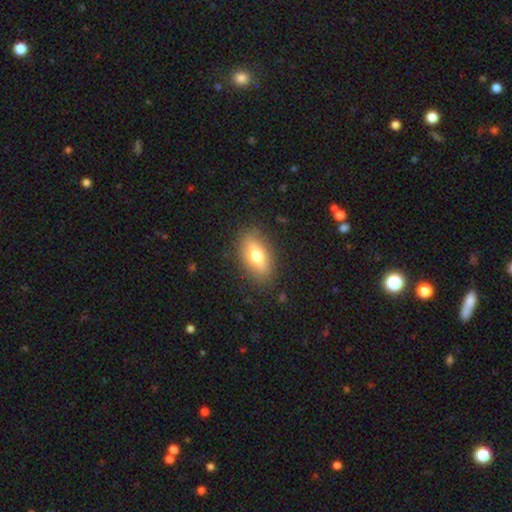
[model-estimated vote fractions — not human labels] Smooth or featured: smooth — 68% (featured or disk — 24%)
How rounded: in between — 82% (cigar-shaped — 10%)
Merging: none — 85% (minor disturbance — 11%)